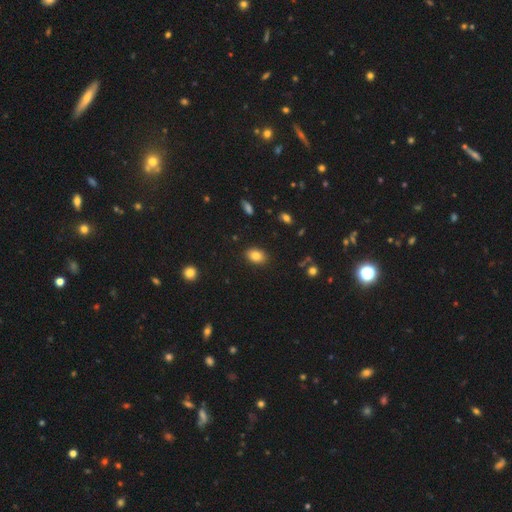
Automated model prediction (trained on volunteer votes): Smooth or featured? Predicted: smooth (p=0.83). How rounded? Predicted: in between (p=0.79). Merging? Predicted: none (p=0.88).